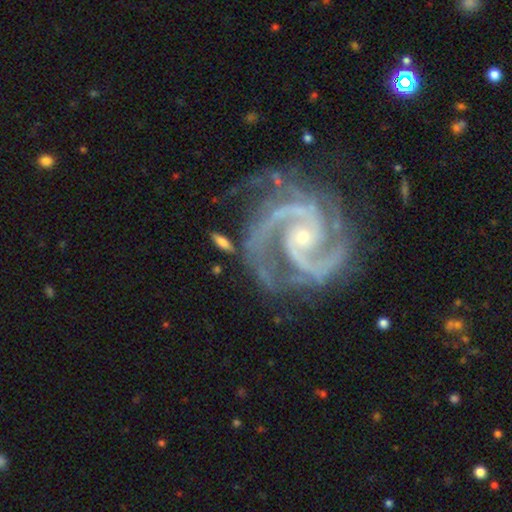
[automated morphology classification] The model was most divided on "spiral winding": tight: 50%, medium: 46%, loose: 5%. More confident: spiral arms — yes (99%); edge-on disk — no (98%); smooth or featured — featured or disk (94%); spiral arm count — 2 (79%); bulge size — small (73%); merging — none (70%); bar — no (52%).